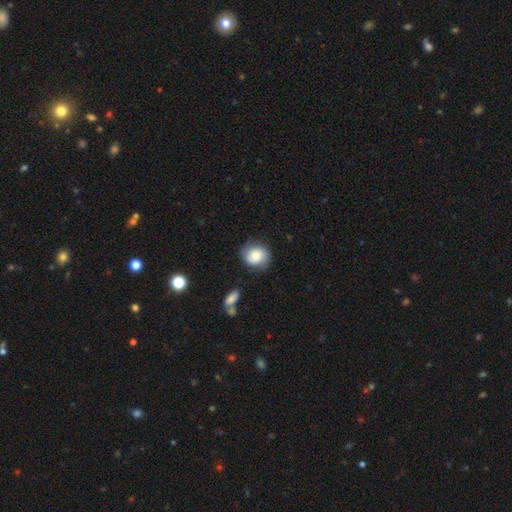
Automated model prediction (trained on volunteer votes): smooth-or-featured: smooth: 68% | featured or disk: 24% | star or artifact: 8%
  how-rounded: round: 76% | in between: 23% | cigar-shaped: 1%
  merging: none: 71% | minor disturbance: 19% | major disturbance: 7% | merger: 3%